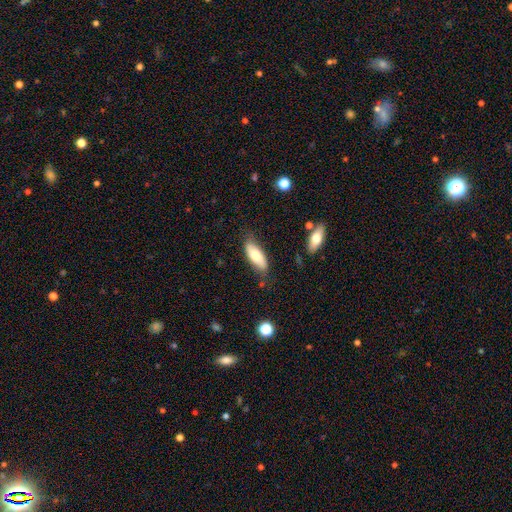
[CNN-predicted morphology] smooth 71%, featured or disk 23%, star or artifact 6%. Down the decision tree: how rounded — in between (73%); merging — none (74%).